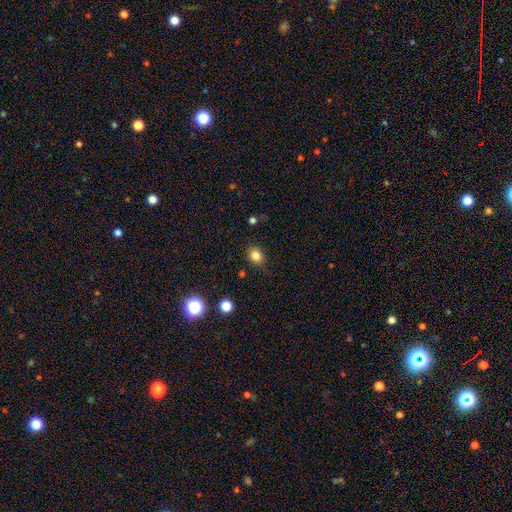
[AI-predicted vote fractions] smooth-or-featured: smooth: 82% | star or artifact: 12% | featured or disk: 6%
  how-rounded: round: 65% | in between: 34% | cigar-shaped: 1%
  merging: none: 82% | minor disturbance: 13% | major disturbance: 3% | merger: 2%